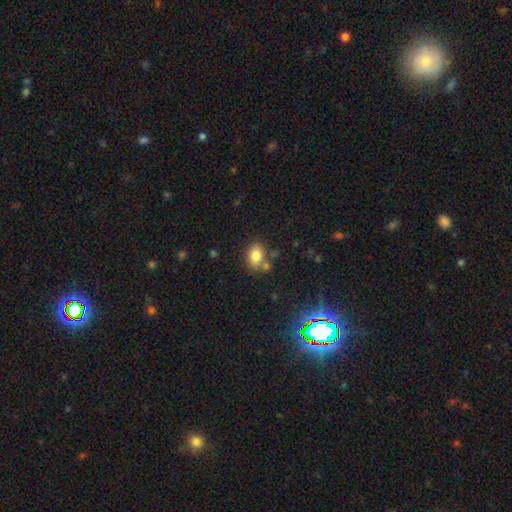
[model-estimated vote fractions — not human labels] smooth_or_featured: smooth (p=0.81) [alt: star or artifact p=0.10]
how_rounded: in between (p=0.77) [alt: round p=0.22]
merging: none (p=0.69) [alt: minor disturbance p=0.15]